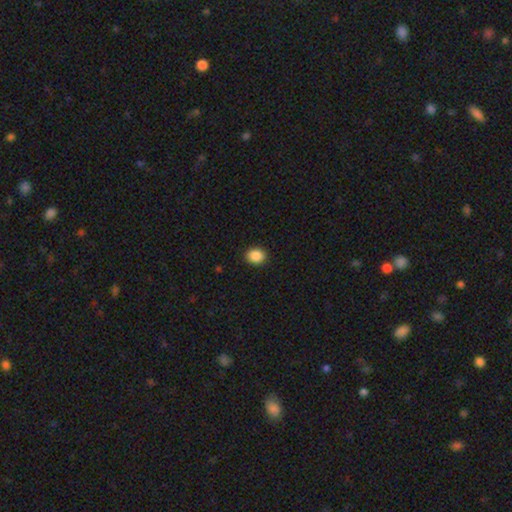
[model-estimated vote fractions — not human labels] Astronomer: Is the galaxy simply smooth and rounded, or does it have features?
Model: smooth — 88%.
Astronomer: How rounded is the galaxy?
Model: round — 65%.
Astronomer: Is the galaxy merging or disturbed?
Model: none — 91%.